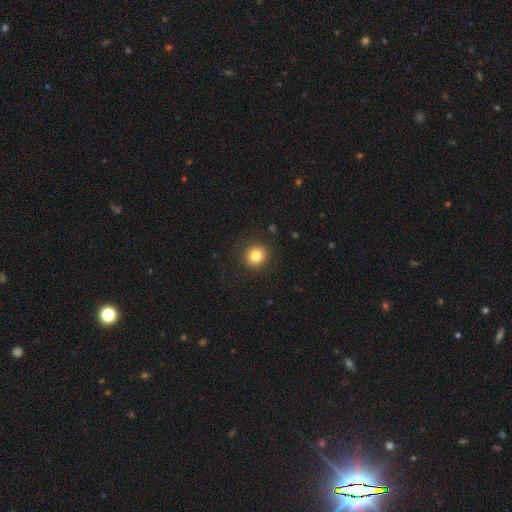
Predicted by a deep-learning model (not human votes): smooth_or_featured: smooth (p=0.83) [alt: star or artifact p=0.11]
how_rounded: round (p=0.91) [alt: in between p=0.08]
merging: none (p=0.91) [alt: minor disturbance p=0.06]